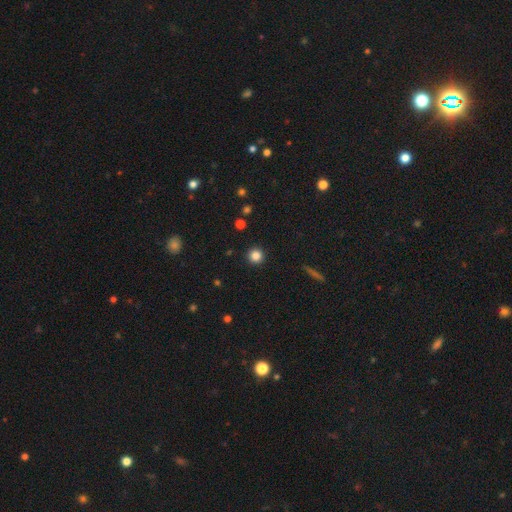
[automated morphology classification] A smooth galaxy with no disk features (84%) that is round (96%). Merging: none (92%).